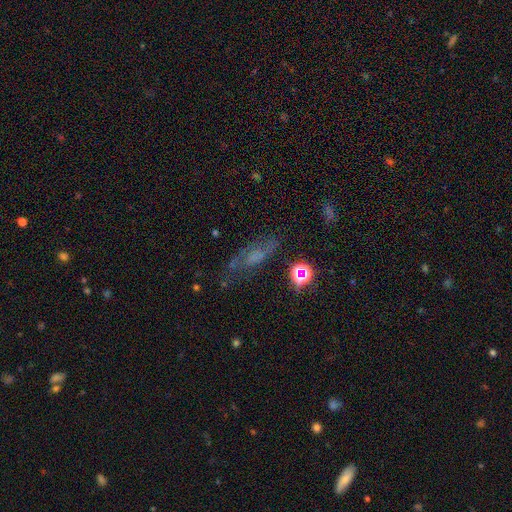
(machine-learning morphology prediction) A featured or disk galaxy (42%).

Vote fractions:
- Smooth or featured? featured or disk: 42% / smooth: 33% / star or artifact: 25%
- Merging? none: 58% / minor disturbance: 22% / major disturbance: 16% / merger: 4%